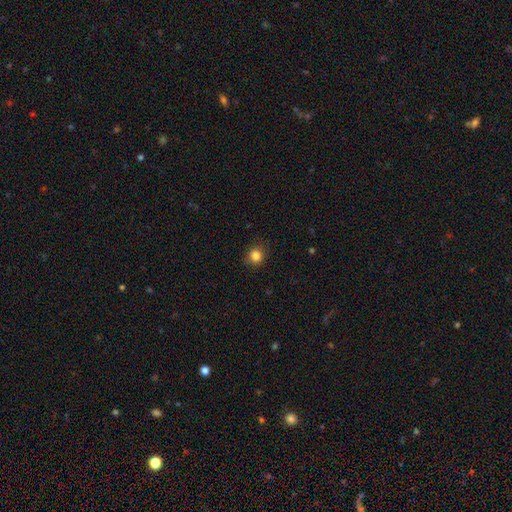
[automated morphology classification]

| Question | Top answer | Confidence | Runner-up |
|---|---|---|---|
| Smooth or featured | smooth | 84% | star or artifact (12%) |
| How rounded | round | 84% | in between (15%) |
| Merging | none | 86% | minor disturbance (10%) |